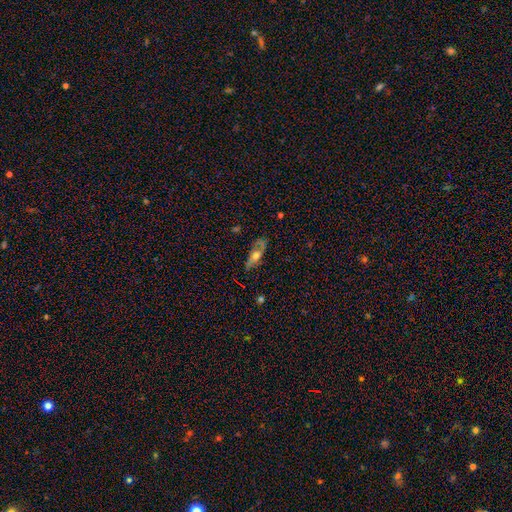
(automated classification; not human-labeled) Q: Smooth or featured?
A: featured or disk (58%); runner-up: smooth (34%)
Q: Edge-on disk?
A: no (72%); runner-up: yes (28%)
Q: Merging?
A: none (69%); runner-up: minor disturbance (21%)